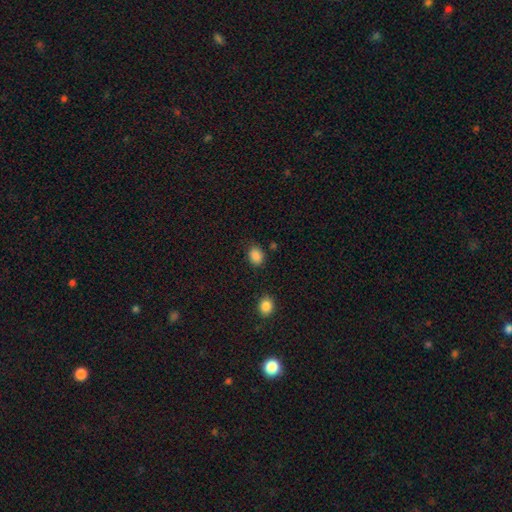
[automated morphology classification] smooth_or_featured: smooth (p=0.87) [alt: star or artifact p=0.10]
how_rounded: in between (p=0.60) [alt: round p=0.39]
merging: none (p=0.79) [alt: minor disturbance p=0.14]